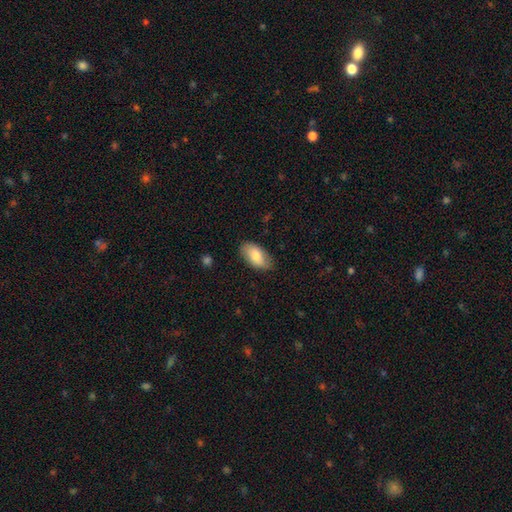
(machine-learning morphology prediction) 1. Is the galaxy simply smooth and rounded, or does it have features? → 79% smooth, 15% featured or disk, 6% star or artifact.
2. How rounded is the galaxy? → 94% in between, 3% round, 3% cigar-shaped.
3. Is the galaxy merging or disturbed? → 82% none, 14% minor disturbance, 3% major disturbance, 1% merger.